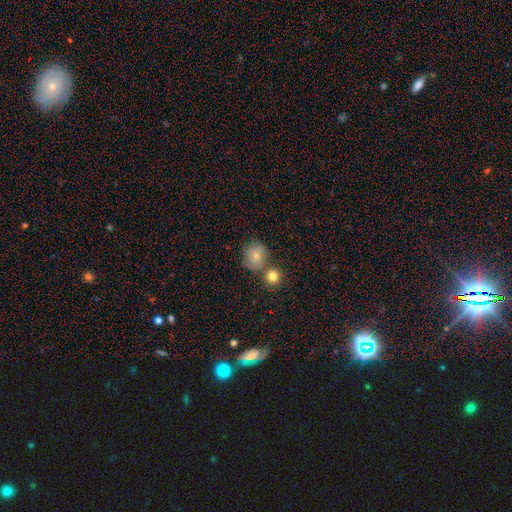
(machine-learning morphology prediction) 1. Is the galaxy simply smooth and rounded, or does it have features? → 73% smooth, 17% featured or disk, 10% star or artifact.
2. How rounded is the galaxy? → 81% round, 18% in between, 1% cigar-shaped.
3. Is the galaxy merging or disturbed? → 57% none, 24% merger, 15% minor disturbance, 5% major disturbance.